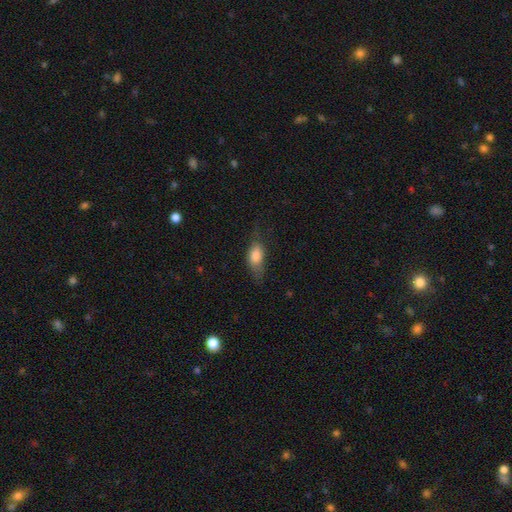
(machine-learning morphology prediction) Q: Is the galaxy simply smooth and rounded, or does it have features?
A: smooth — 76%.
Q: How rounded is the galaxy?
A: in between — 80%.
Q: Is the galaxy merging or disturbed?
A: none — 55%.